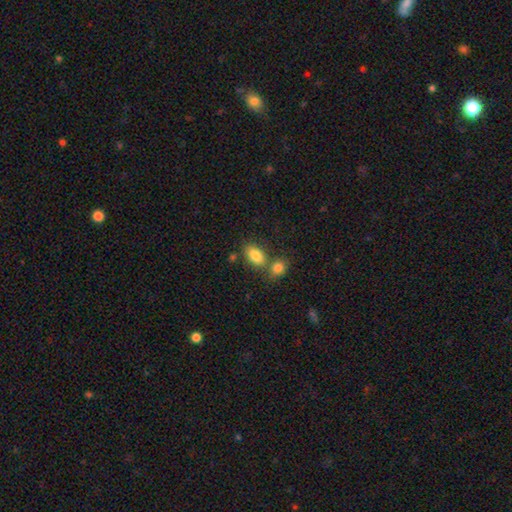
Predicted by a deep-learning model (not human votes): smooth 84%, featured or disk 8%, star or artifact 8%. Down the decision tree: how rounded — in between (89%); merging — none (53%).